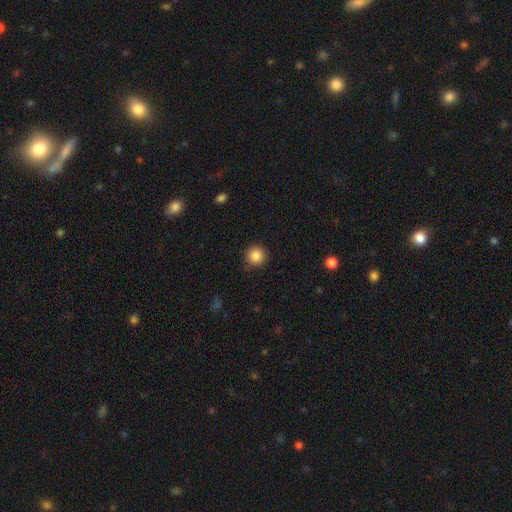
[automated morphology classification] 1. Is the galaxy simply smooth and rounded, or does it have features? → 86% smooth, 10% star or artifact, 4% featured or disk.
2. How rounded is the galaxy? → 95% round, 4% in between, 1% cigar-shaped.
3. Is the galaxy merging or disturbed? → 89% none, 8% minor disturbance, 2% major disturbance, 1% merger.